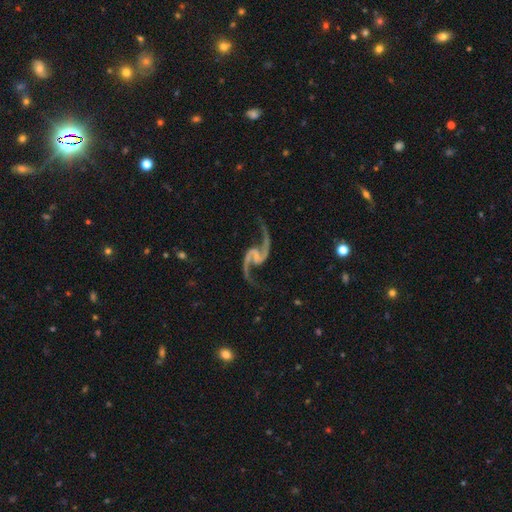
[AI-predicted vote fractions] A featured or disk galaxy (94%) with no bar (42%), 2 (95%) loose (75%) spiral arms (98%) and no central bulge (54%). Merging: none (76%).